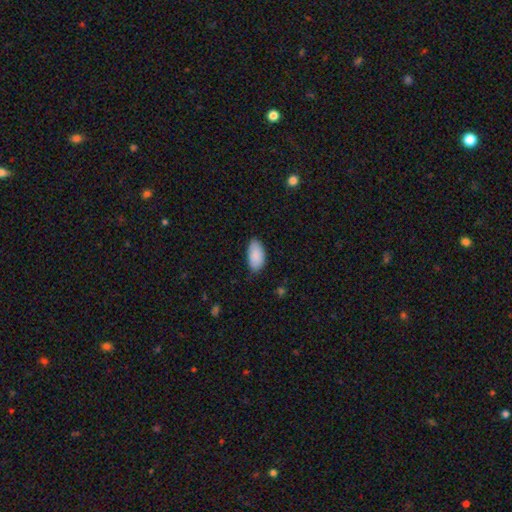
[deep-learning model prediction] Smooth or featured?
  - smooth: 89% *
  - star or artifact: 6%
  - featured or disk: 5%
How rounded?
  - in between: 95% *
  - cigar-shaped: 3%
  - round: 2%
Merging?
  - none: 78% *
  - minor disturbance: 18%
  - major disturbance: 3%
  - merger: 1%